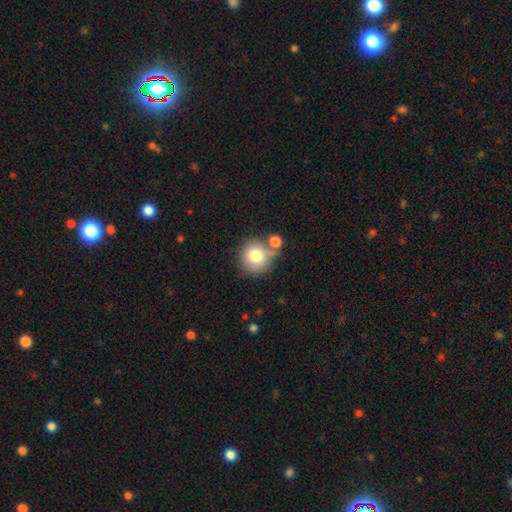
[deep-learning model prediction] A smooth galaxy with no disk features (78%) that is round (90%). Merging: none (59%).